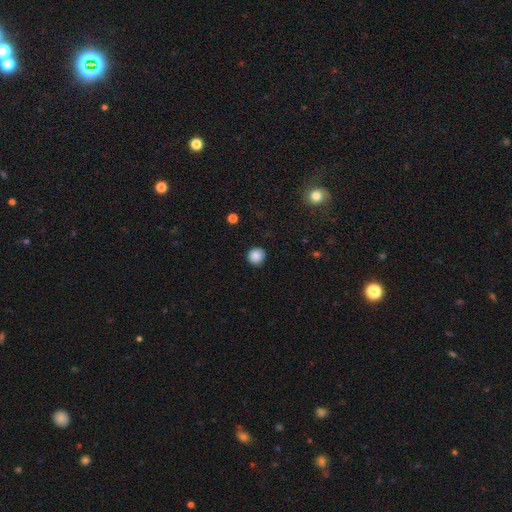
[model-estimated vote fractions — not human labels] Smooth or featured? smooth (87%)
How rounded? round (93%)
Merging? none (90%)